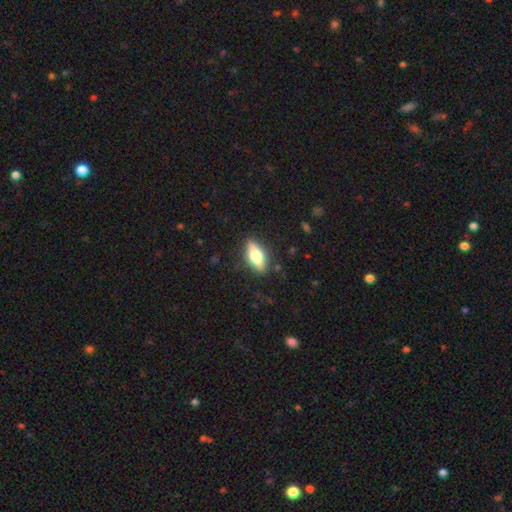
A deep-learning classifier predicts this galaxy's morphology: Q: Smooth or featured?
A: featured or disk (47%); runner-up: smooth (46%)
Q: Merging?
A: none (86%); runner-up: minor disturbance (10%)